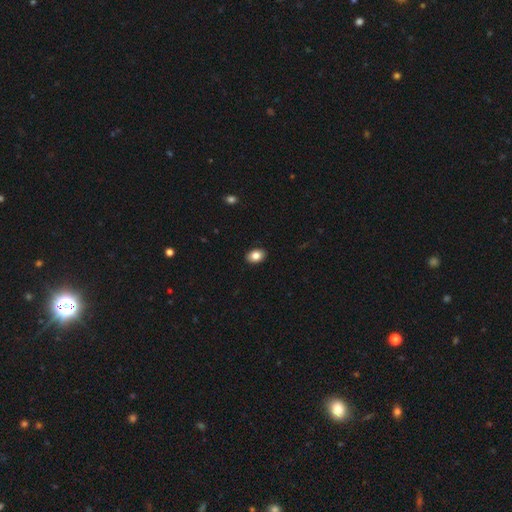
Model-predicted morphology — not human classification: type=smooth (84%); roundness=in between (77%); merging=none (91%).